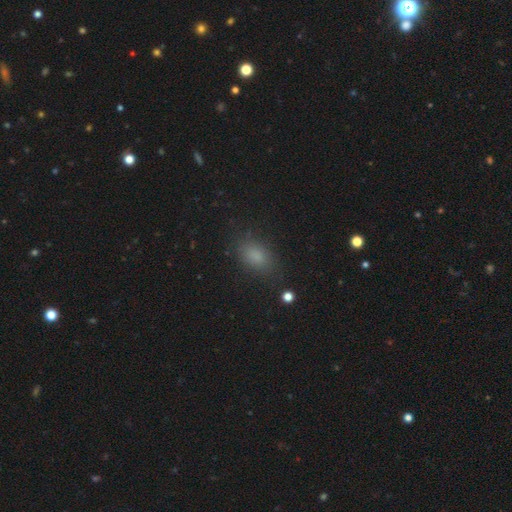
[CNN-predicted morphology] This appears to be a smooth galaxy with no disk features (80%) that is in between round and cigar-shaped (82%). Merging: none (80%).